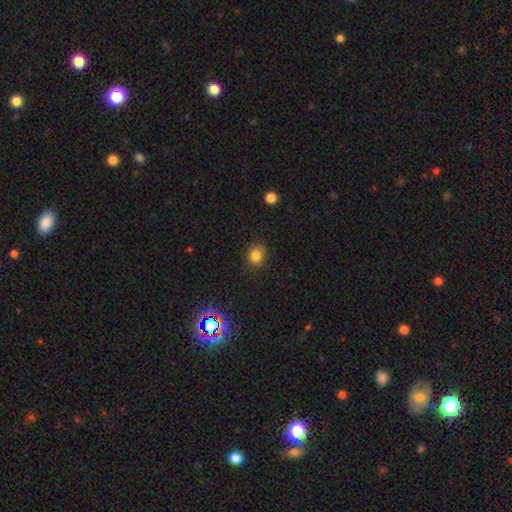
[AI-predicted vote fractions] A smooth galaxy with no disk features (81%) that is round (70%).

Vote fractions:
- Smooth or featured? smooth: 81% / star or artifact: 13% / featured or disk: 5%
- How rounded? round: 70% / in between: 29% / cigar-shaped: 1%
- Merging? none: 83% / minor disturbance: 13% / major disturbance: 3% / merger: 1%